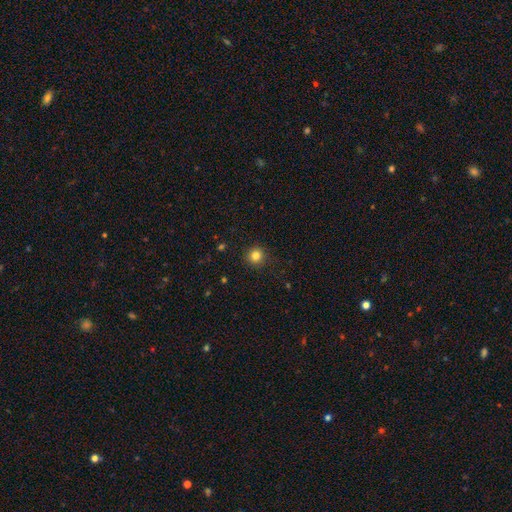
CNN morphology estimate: smooth-or-featured: smooth: 82% | star or artifact: 13% | featured or disk: 5%
  how-rounded: round: 94% | in between: 5% | cigar-shaped: 1%
  merging: none: 91% | minor disturbance: 6% | major disturbance: 2% | merger: 1%